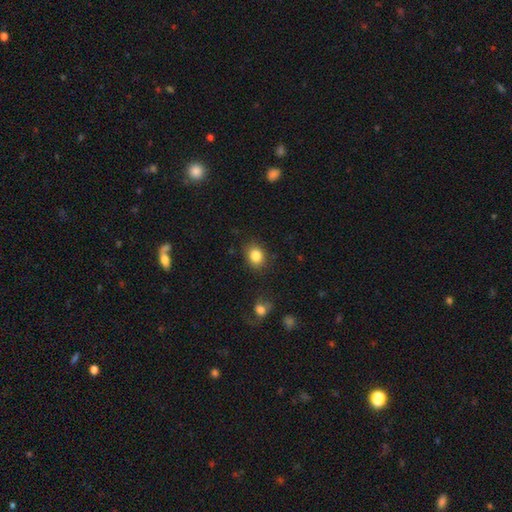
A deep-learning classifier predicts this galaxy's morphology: This is clearly a smooth galaxy (85%). How rounded: possibly round (53%). Merging: clearly none (84%).